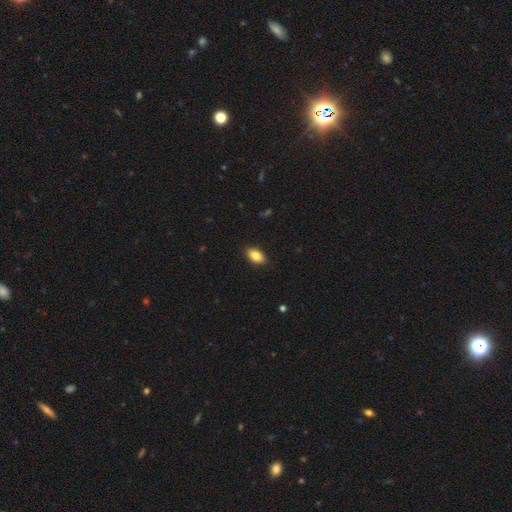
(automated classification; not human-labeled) Q: Smooth or featured?
A: smooth (84%); runner-up: featured or disk (8%)
Q: How rounded?
A: in between (91%); runner-up: round (7%)
Q: Merging?
A: none (89%); runner-up: minor disturbance (8%)